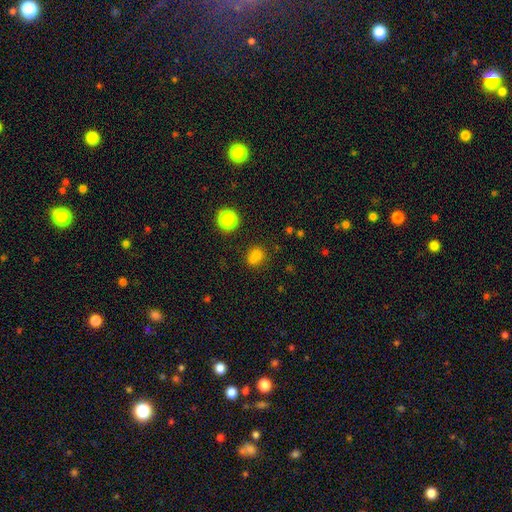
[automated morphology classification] Smooth or featured: smooth — 75% (star or artifact — 18%)
How rounded: round — 63% (in between — 35%)
Merging: none — 63% (merger — 16%)